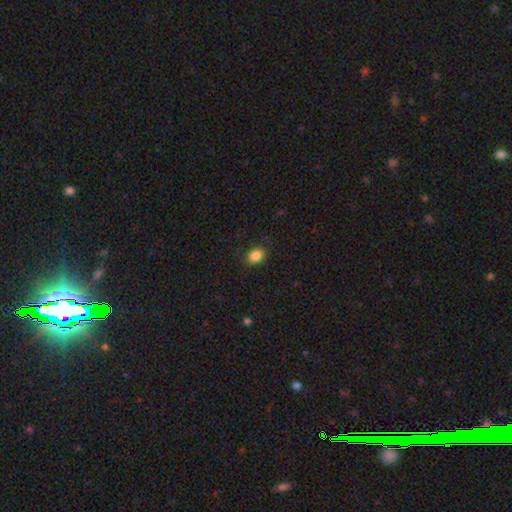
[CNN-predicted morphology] Smooth or featured?
  - smooth: 86% *
  - star or artifact: 9%
  - featured or disk: 4%
How rounded?
  - in between: 67% *
  - round: 32%
  - cigar-shaped: 1%
Merging?
  - none: 87% *
  - minor disturbance: 10%
  - major disturbance: 3%
  - merger: 1%